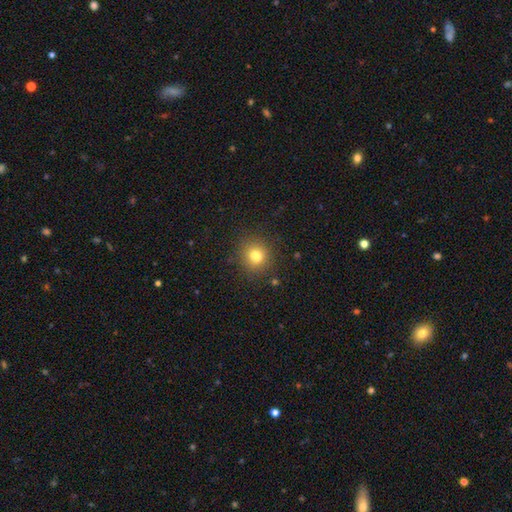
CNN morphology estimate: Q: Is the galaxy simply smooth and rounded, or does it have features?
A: smooth — 78%.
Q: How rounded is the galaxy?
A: round — 80%.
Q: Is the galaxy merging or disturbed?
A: none — 81%.